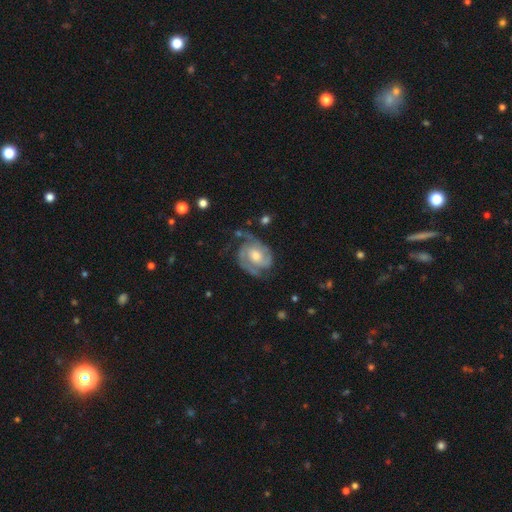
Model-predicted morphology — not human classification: Smooth or featured? Predicted: featured or disk (p=0.88). Edge-on disk? Predicted: no (p=0.98). Bar? Predicted: no (p=0.54). Spiral arms? Predicted: yes (p=0.97). Spiral winding? Predicted: tight (p=0.46). Spiral arm count? Predicted: 2 (p=0.81). Bulge size? Predicted: moderate (p=0.66). Merging? Predicted: none (p=0.66).